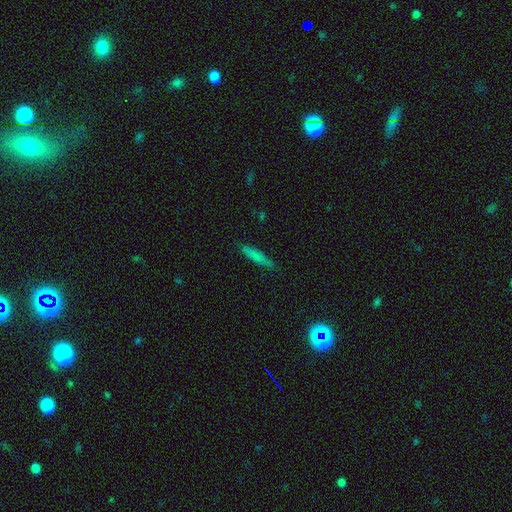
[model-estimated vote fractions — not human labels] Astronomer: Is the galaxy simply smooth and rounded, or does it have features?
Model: smooth — 73%.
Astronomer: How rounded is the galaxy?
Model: cigar-shaped — 90%.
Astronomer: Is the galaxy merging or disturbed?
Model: none — 85%.